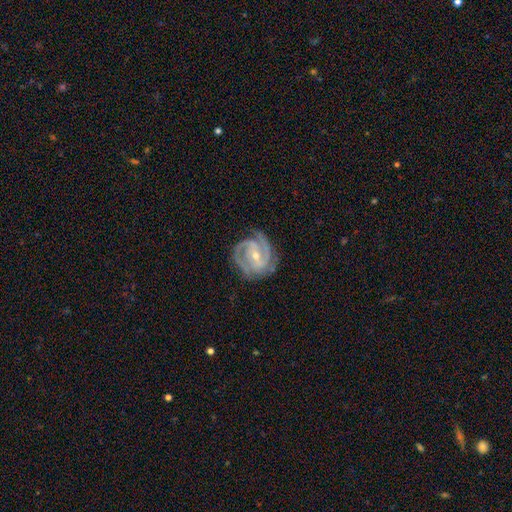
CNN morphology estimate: Smooth or featured? featured or disk (91%)
Edge-on disk? no (97%)
Bar? weak (40%)
Spiral arms? yes (98%)
Spiral winding? tight (64%)
Spiral arm count? 2 (49%)
Bulge size? small (60%)
Merging? none (75%)